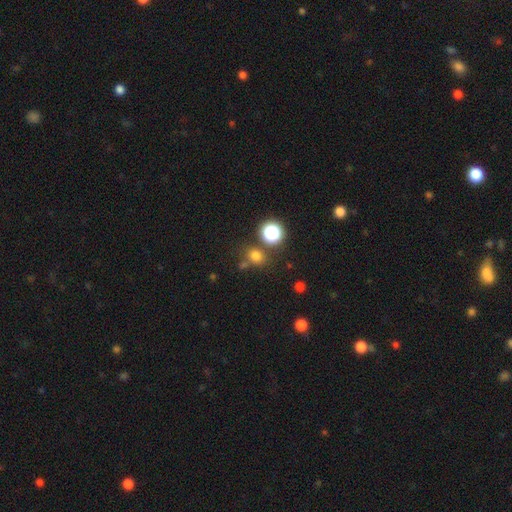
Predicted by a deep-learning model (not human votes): Smooth or featured: smooth — 71% (star or artifact — 23%)
How rounded: round — 76% (in between — 23%)
Merging: none — 70% (merger — 14%)